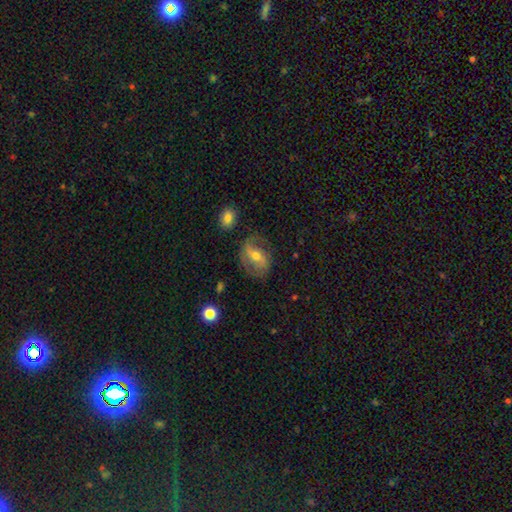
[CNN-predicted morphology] This is likely a featured or disk galaxy (63%). It is clearly not viewed edge-on (93%). Bar: marginally strong (41%). Spiral arm pattern: likely yes (74%). Central bulge: possibly moderate (56%). Merging: likely none (66%).